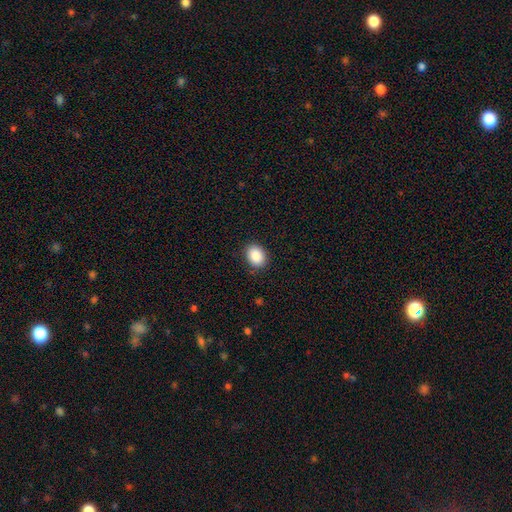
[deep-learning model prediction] Smooth or featured?
  - smooth: 89% *
  - star or artifact: 8%
  - featured or disk: 4%
How rounded?
  - in between: 63% *
  - round: 36%
  - cigar-shaped: 1%
Merging?
  - none: 89% *
  - minor disturbance: 8%
  - major disturbance: 2%
  - merger: 1%